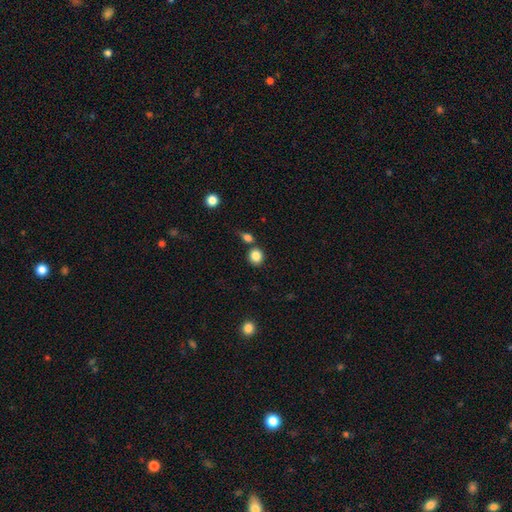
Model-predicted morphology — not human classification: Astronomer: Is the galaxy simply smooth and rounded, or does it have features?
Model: smooth — 85%.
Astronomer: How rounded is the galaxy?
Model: round — 81%.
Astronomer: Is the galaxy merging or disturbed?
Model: none — 73%.